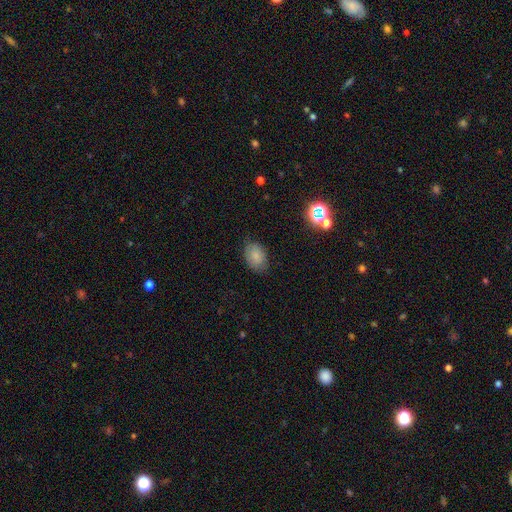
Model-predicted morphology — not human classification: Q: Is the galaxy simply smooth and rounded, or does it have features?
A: smooth — 82%.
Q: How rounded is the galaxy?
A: in between — 80%.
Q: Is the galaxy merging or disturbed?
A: none — 77%.